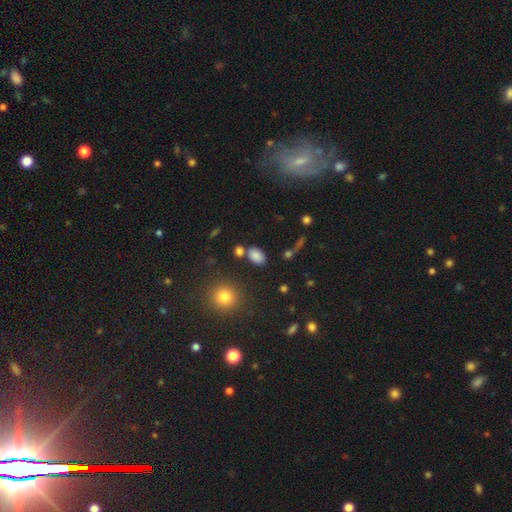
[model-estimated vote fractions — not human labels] Smooth or featured? Predicted: smooth (p=0.82). How rounded? Predicted: in between (p=0.87). Merging? Predicted: none (p=0.73).